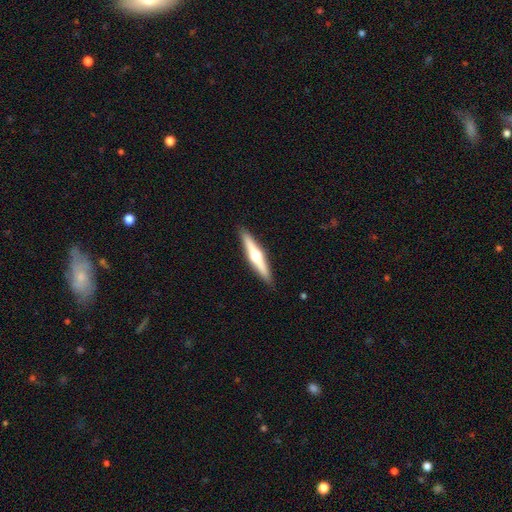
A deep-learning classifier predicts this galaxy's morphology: A featured or disk galaxy (66%) viewed edge-on (97%) with a rounded central bulge (95%). Merging: none (91%).